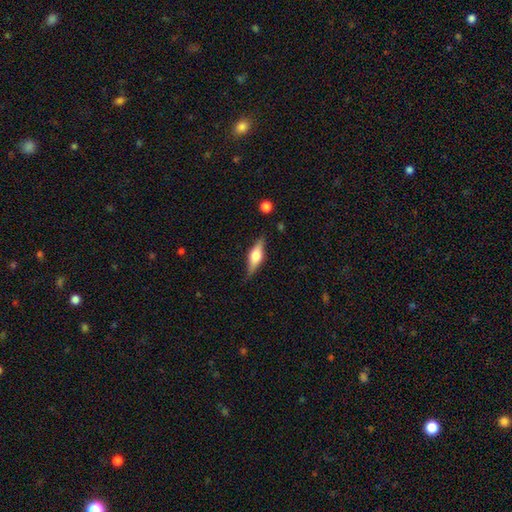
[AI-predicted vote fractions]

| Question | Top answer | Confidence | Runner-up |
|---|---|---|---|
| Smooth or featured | featured or disk | 54% | smooth (40%) |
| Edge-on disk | yes | 93% | no (7%) |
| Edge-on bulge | rounded | 90% | boxy (8%) |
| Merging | none | 82% | minor disturbance (14%) |